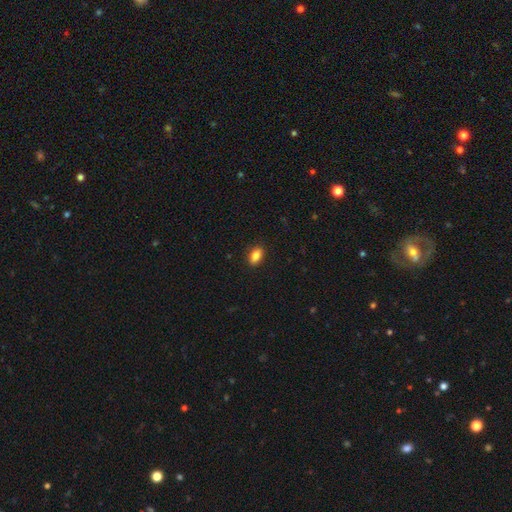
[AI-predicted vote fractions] Smooth or featured? smooth (86%)
How rounded? in between (88%)
Merging? none (89%)